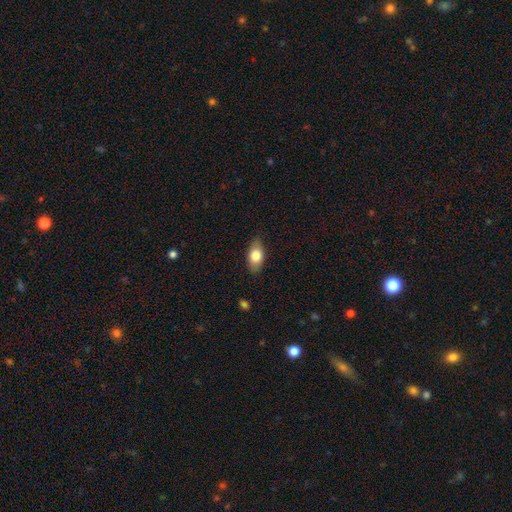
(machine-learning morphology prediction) smooth_or_featured: smooth (p=0.77) [alt: featured or disk p=0.17]
how_rounded: in between (p=0.88) [alt: round p=0.07]
merging: none (p=0.83) [alt: minor disturbance p=0.13]